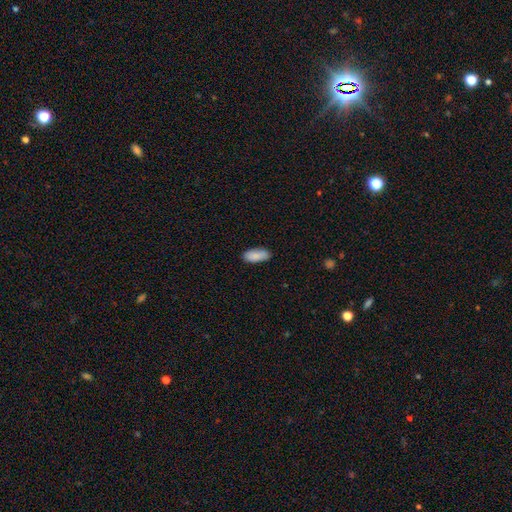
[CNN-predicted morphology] A smooth galaxy with no disk features (88%) that is in between round and cigar-shaped (87%). Merging: none (85%).